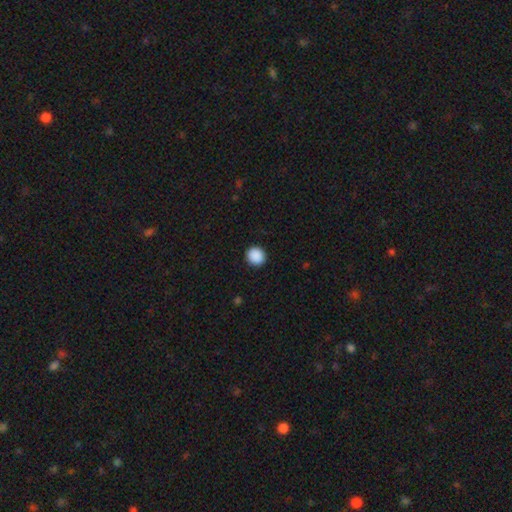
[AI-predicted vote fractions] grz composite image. It shows a smooth galaxy with no disk features (90%) that is round (89%). Merging: none (92%).